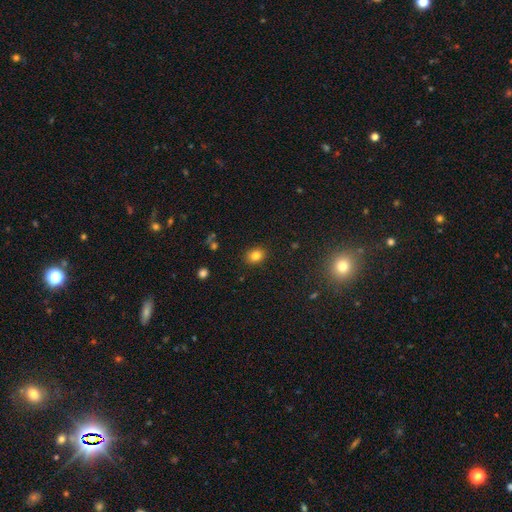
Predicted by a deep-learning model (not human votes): smooth-or-featured: smooth: 82% | star or artifact: 11% | featured or disk: 7%
  how-rounded: round: 50% | in between: 49% | cigar-shaped: 1%
  merging: none: 88% | minor disturbance: 9% | major disturbance: 2% | merger: 1%